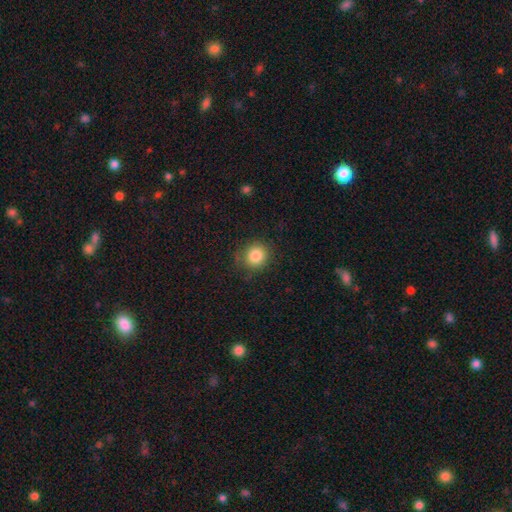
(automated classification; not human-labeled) Smooth or featured?
  - smooth: 84% *
  - star or artifact: 10%
  - featured or disk: 6%
How rounded?
  - round: 88% *
  - in between: 12%
  - cigar-shaped: 1%
Merging?
  - none: 79% *
  - minor disturbance: 15%
  - major disturbance: 4%
  - merger: 1%